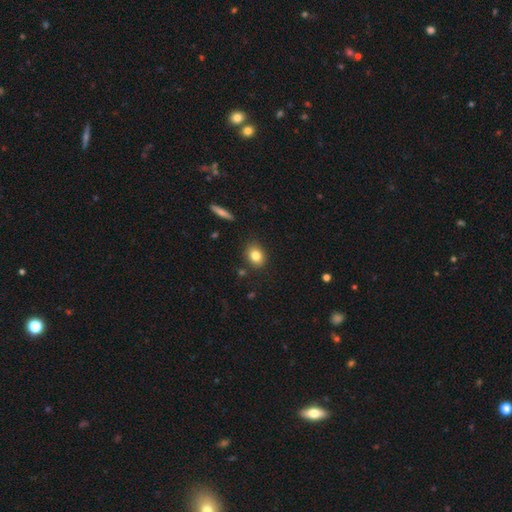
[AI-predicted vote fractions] smooth_or_featured: smooth (p=0.81) [alt: star or artifact p=0.10]
how_rounded: in between (p=0.50) [alt: round p=0.48]
merging: none (p=0.86) [alt: minor disturbance p=0.10]